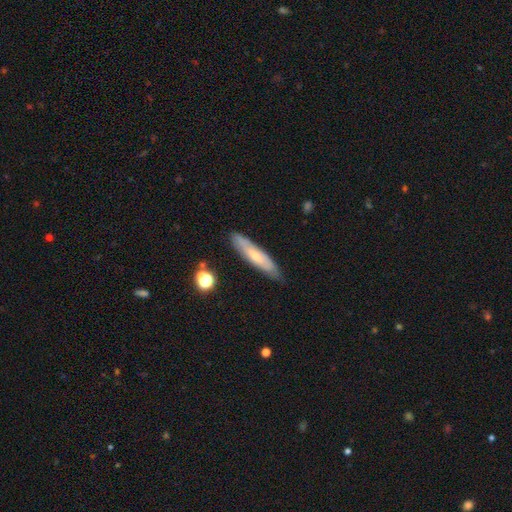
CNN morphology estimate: smooth 54%, featured or disk 39%, star or artifact 7%. Down the decision tree: how rounded — cigar-shaped (80%); merging — none (82%).